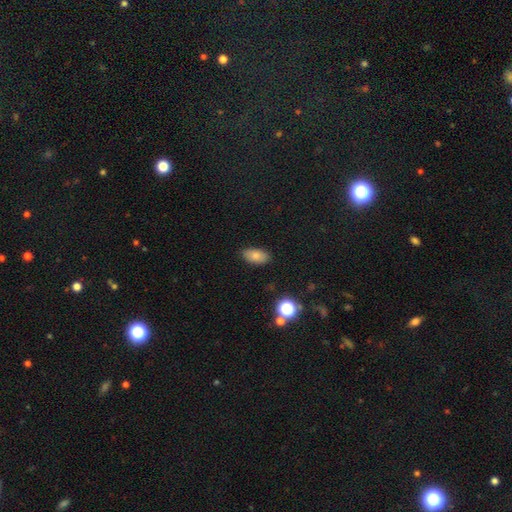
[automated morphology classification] Smooth or featured? smooth (80%)
How rounded? in between (91%)
Merging? none (87%)